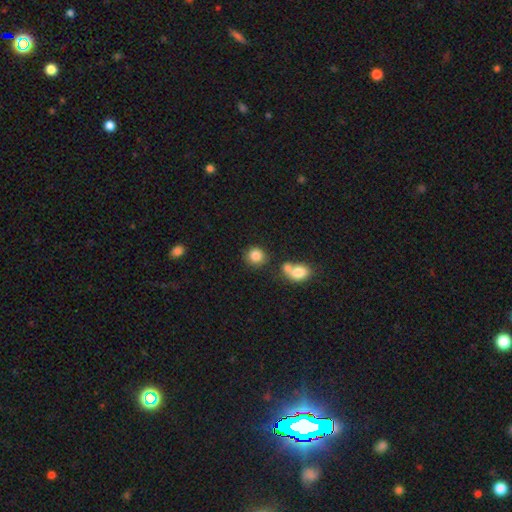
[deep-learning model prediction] smooth_or_featured: smooth (p=0.84) [alt: star or artifact p=0.10]
how_rounded: round (p=0.85) [alt: in between p=0.14]
merging: none (p=0.75) [alt: merger p=0.12]